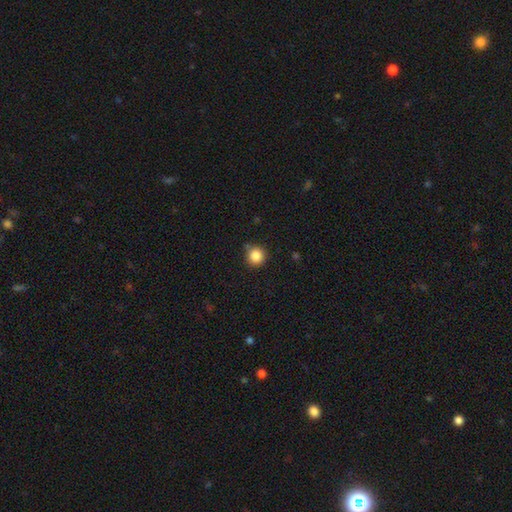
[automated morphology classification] This appears to be a smooth galaxy with no disk features (86%) that is round (94%). Merging: none (85%).